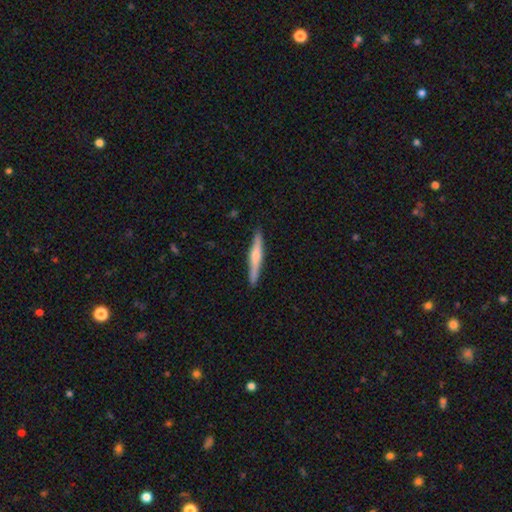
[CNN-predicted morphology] A featured or disk galaxy (54%) viewed edge-on (97%) with a rounded central bulge (77%). Merging: none (90%).